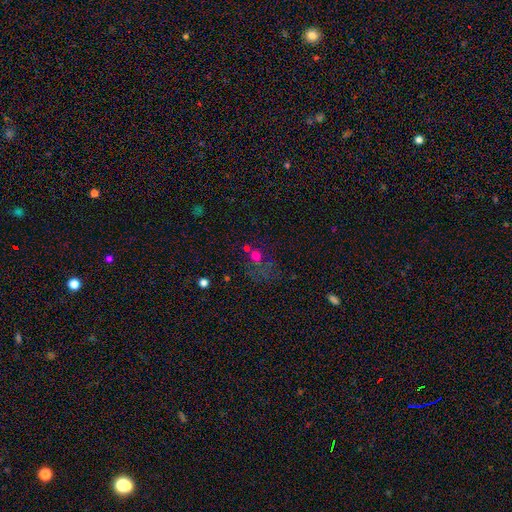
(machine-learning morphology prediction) Smooth or featured?
  - smooth: 57% *
  - star or artifact: 29%
  - featured or disk: 15%
How rounded?
  - round: 78% *
  - in between: 20%
  - cigar-shaped: 1%
Merging?
  - none: 44% *
  - merger: 26%
  - major disturbance: 17%
  - minor disturbance: 13%